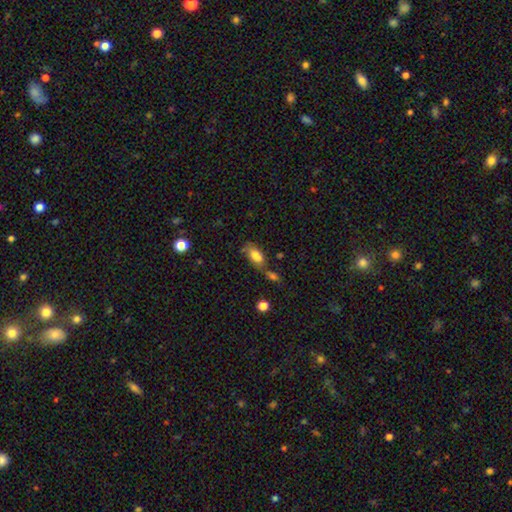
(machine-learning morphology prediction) A smooth galaxy with no disk features (72%) that is in between round and cigar-shaped (86%).

Vote fractions:
- Smooth or featured? smooth: 72% / featured or disk: 18% / star or artifact: 10%
- How rounded? in between: 86% / cigar-shaped: 9% / round: 4%
- Merging? merger: 38% / none: 37% / minor disturbance: 16% / major disturbance: 9%